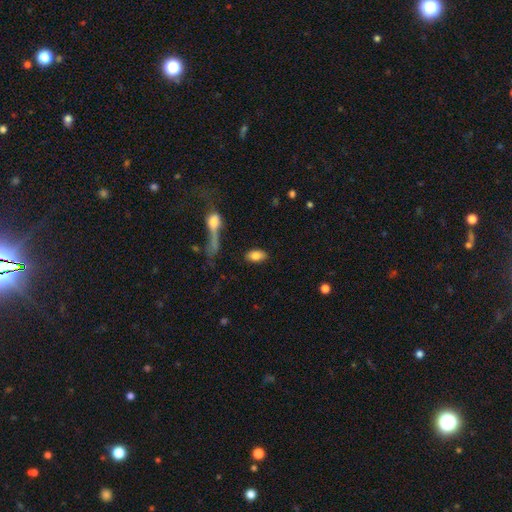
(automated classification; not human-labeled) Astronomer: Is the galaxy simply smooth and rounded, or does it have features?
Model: smooth — 82%.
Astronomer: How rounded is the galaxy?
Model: in between — 92%.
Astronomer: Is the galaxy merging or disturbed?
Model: none — 80%.